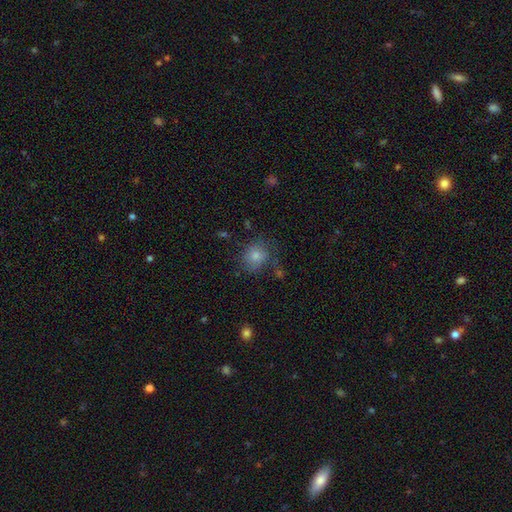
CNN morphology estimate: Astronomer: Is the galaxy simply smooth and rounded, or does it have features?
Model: smooth — 66%.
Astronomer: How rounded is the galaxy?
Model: round — 77%.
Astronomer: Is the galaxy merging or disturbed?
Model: none — 71%.